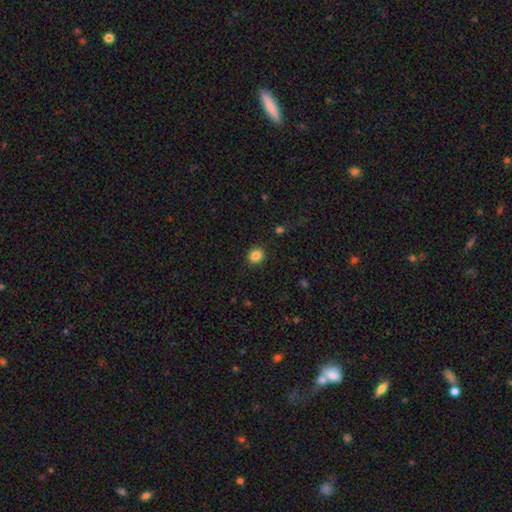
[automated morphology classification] A smooth galaxy with no disk features (85%) that is round (80%). Merging: none (89%).